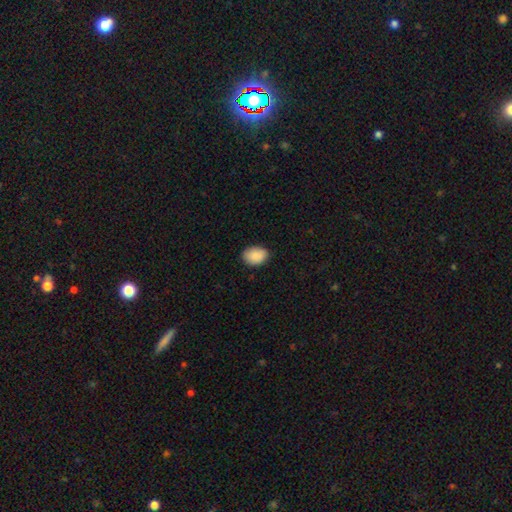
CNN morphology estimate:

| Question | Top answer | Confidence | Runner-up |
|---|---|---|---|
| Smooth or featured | smooth | 89% | star or artifact (7%) |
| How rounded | in between | 78% | round (21%) |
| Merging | none | 84% | minor disturbance (13%) |